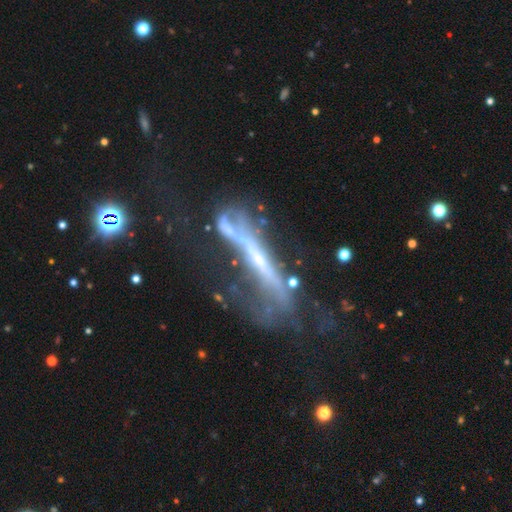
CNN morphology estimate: A featured or disk galaxy (71%) viewed edge-on (63%). Merging: major disturbance (38%).